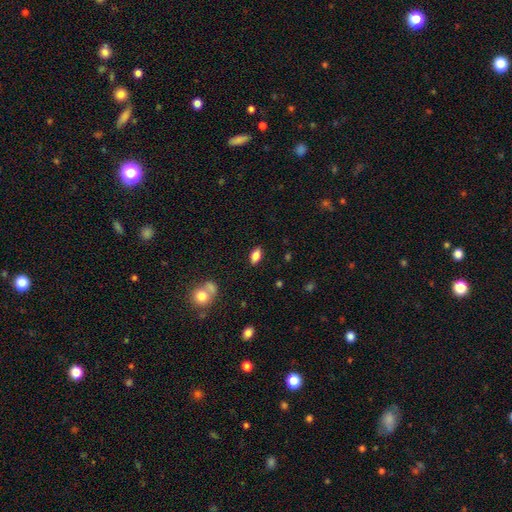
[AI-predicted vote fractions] smooth_or_featured: smooth (p=0.80) [alt: featured or disk p=0.12]
how_rounded: in between (p=0.89) [alt: cigar-shaped p=0.07]
merging: none (p=0.86) [alt: minor disturbance p=0.09]